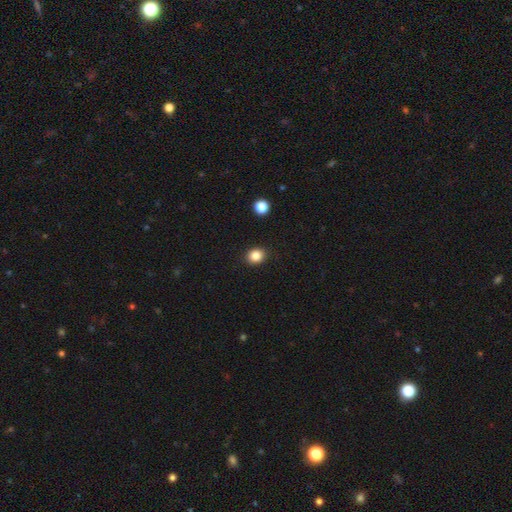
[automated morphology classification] Overall: smooth (85%). How rounded: round (68%; in between 31%). Merging: none (90%).